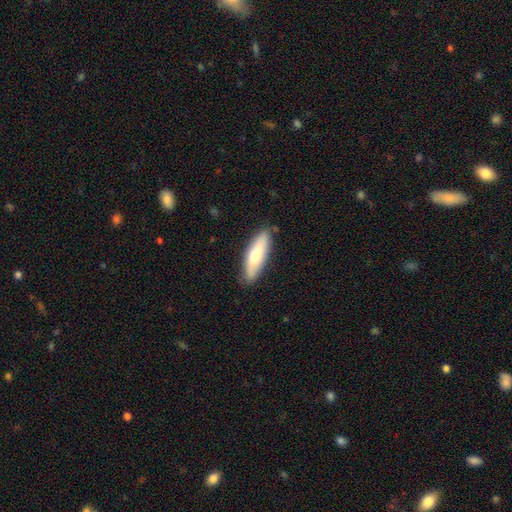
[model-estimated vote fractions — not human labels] Q: Smooth or featured?
A: smooth (64%); runner-up: featured or disk (30%)
Q: How rounded?
A: cigar-shaped (53%); runner-up: in between (45%)
Q: Merging?
A: none (85%); runner-up: minor disturbance (12%)